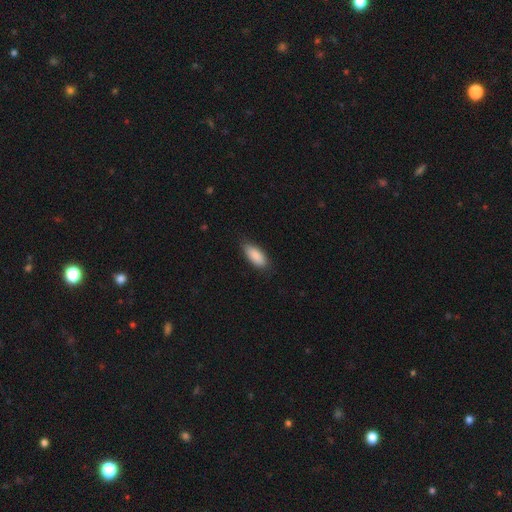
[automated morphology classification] A smooth galaxy with no disk features (88%) that is in between round and cigar-shaped (85%).

Vote fractions:
- Smooth or featured? smooth: 88% / featured or disk: 6% / star or artifact: 6%
- How rounded? in between: 85% / cigar-shaped: 13% / round: 2%
- Merging? none: 81% / minor disturbance: 16% / major disturbance: 3% / merger: 1%